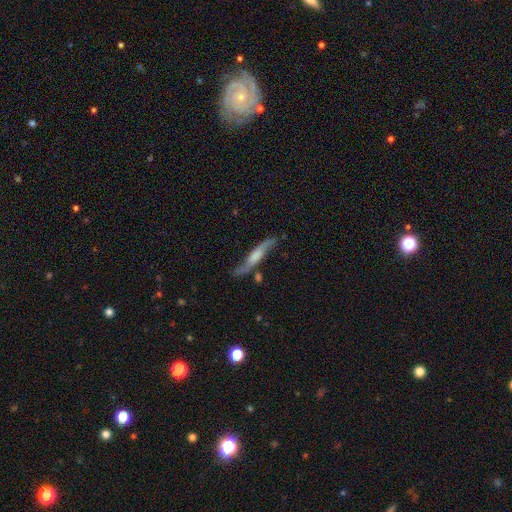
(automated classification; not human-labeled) featured or disk 70%, smooth 24%, star or artifact 5%. Down the decision tree: edge-on disk — yes (53%); merging — none (68%).